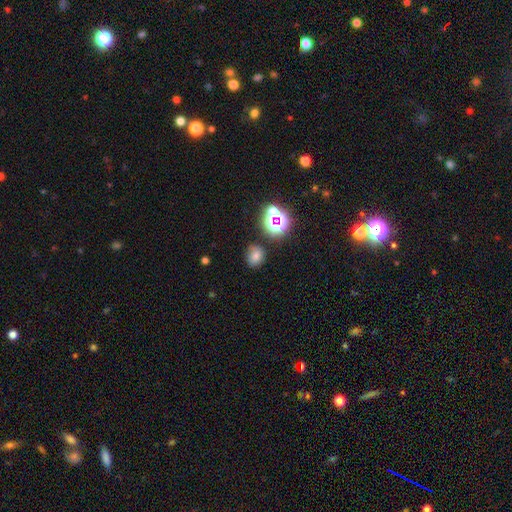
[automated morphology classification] Overall: smooth (63%; star or artifact 27%). How rounded: round (69%). Merging: none (79%).